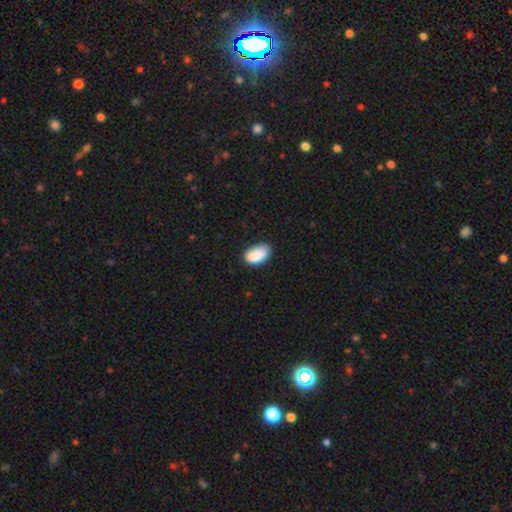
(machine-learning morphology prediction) Smooth or featured: smooth — 86% (star or artifact — 7%)
How rounded: in between — 94% (round — 5%)
Merging: none — 67% (minor disturbance — 26%)